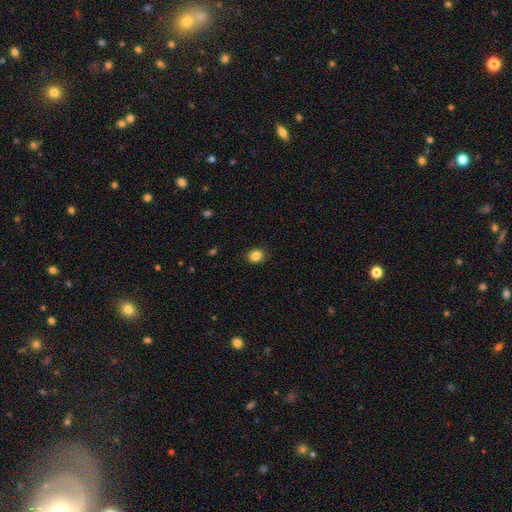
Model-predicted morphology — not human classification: smooth_or_featured: smooth (p=0.86) [alt: star or artifact p=0.10]
how_rounded: round (p=0.69) [alt: in between p=0.30]
merging: none (p=0.88) [alt: minor disturbance p=0.09]